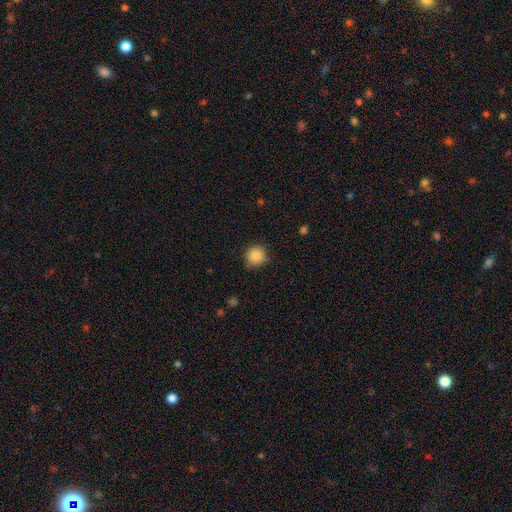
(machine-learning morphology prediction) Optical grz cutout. It shows a smooth galaxy with no disk features (86%) that is round (93%). Merging: none (83%).